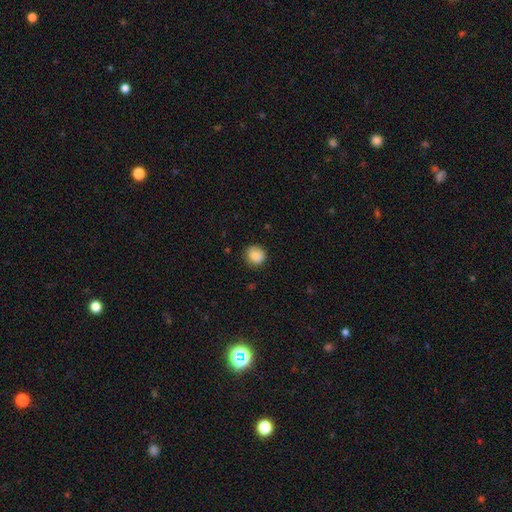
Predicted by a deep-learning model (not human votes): This appears to be a smooth galaxy with no disk features (87%) that is round (86%). Merging: none (81%).